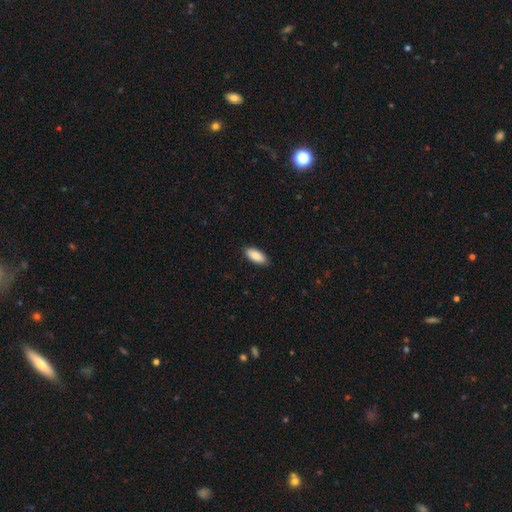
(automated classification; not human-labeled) This appears to be a smooth galaxy with no disk features (90%) that is in between round and cigar-shaped (83%). Merging: none (89%).